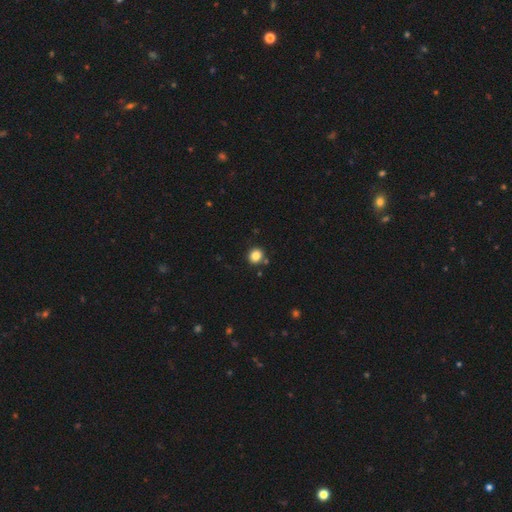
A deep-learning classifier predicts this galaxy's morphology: This appears to be a smooth galaxy with no disk features (85%) that is round (81%). Merging: none (83%).